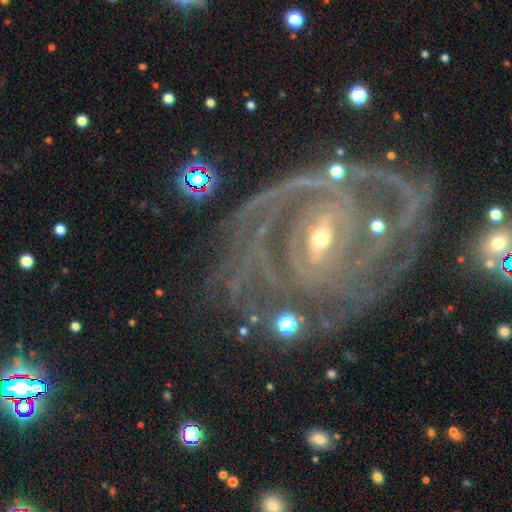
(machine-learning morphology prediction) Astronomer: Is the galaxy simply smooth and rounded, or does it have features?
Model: featured or disk — 90%.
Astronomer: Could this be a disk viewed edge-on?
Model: no — 97%.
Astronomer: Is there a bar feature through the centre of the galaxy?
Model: weak — 41% (runner-up: strong, 39%).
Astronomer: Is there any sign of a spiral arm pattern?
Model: yes — 97%.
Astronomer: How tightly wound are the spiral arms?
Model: tight — 70%.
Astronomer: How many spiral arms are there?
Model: can't tell — 22% (runner-up: 2, 21%).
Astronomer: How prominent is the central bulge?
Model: small — 70%.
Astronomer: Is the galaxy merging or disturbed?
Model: none — 64%.